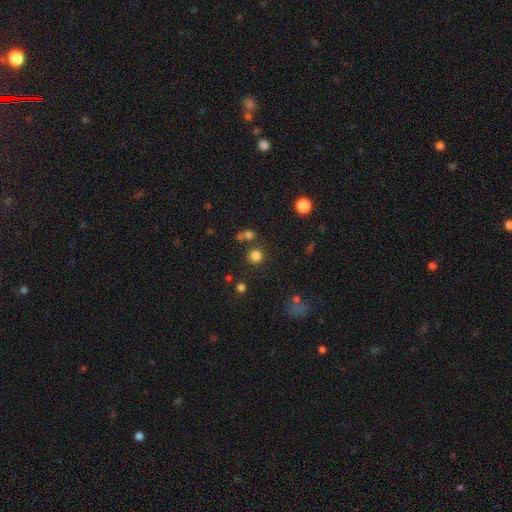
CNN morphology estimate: This appears to be a smooth galaxy with no disk features (79%) that is round (92%). Merging: none (77%).